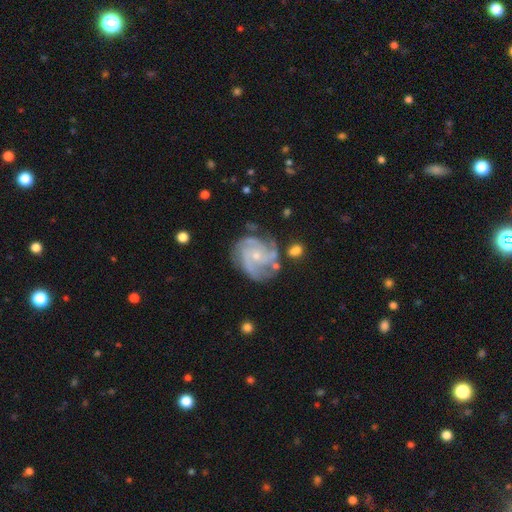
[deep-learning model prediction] A featured or disk galaxy (88%) with no bar (71%), 3 (47%) tight (50%) spiral arms (97%) and a small central bulge (65%).

Vote fractions:
- Smooth or featured? featured or disk: 88% / smooth: 7% / star or artifact: 5%
- Edge-on disk? no: 98% / yes: 2%
- Bar? no: 71% / weak: 25% / strong: 4%
- Spiral arms? yes: 97% / no: 3%
- Spiral winding? tight: 50% / medium: 42% / loose: 9%
- Spiral arm count? 3: 47% / 4: 19% / 2: 13% / can't tell: 12% / more than 4: 5% / 1: 4%
- Bulge size? small: 65% / moderate: 30% / none: 3% / large: 1% / dominant: 1%
- Merging? none: 67% / minor disturbance: 20% / major disturbance: 9% / merger: 4%